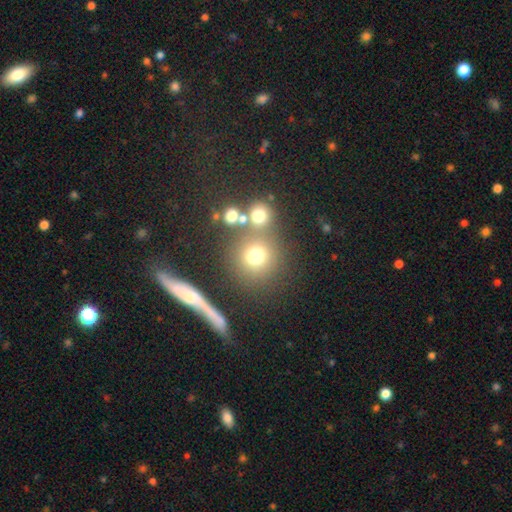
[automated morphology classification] Smooth or featured?
  - smooth: 72% *
  - star or artifact: 17%
  - featured or disk: 11%
How rounded?
  - round: 90% *
  - in between: 8%
  - cigar-shaped: 1%
Merging?
  - none: 67% *
  - merger: 20%
  - minor disturbance: 9%
  - major disturbance: 5%